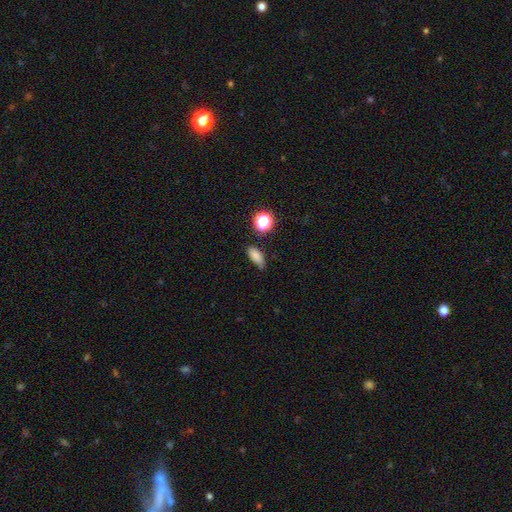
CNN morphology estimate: Smooth or featured: smooth — 81% (star or artifact — 14%)
How rounded: in between — 82% (cigar-shaped — 9%)
Merging: none — 71% (minor disturbance — 20%)